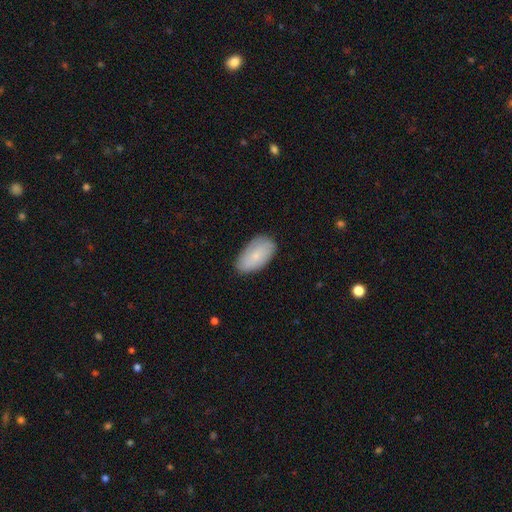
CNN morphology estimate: Smooth or featured? smooth (75%)
How rounded? in between (94%)
Merging? none (81%)